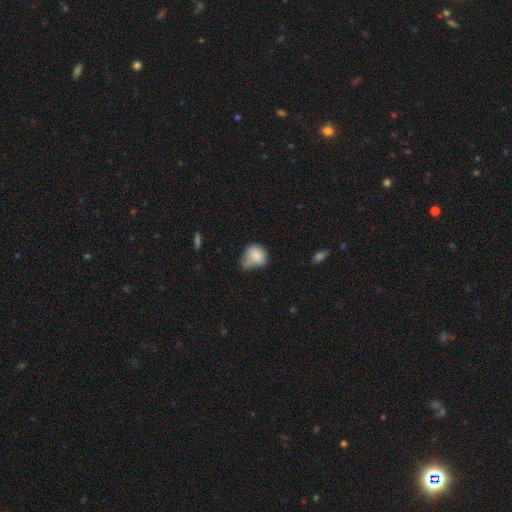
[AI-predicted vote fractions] Smooth or featured? Predicted: smooth (p=0.81). How rounded? Predicted: round (p=0.55). Merging? Predicted: minor disturbance (p=0.43).